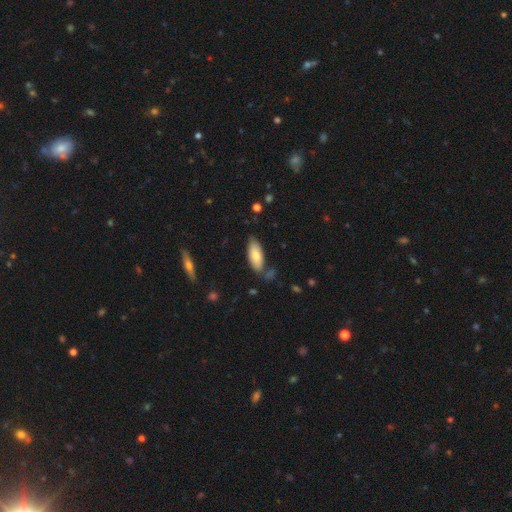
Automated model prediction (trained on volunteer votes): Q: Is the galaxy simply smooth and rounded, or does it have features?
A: smooth — 78%.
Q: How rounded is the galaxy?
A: in between — 80%.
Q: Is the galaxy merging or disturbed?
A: none — 71%.